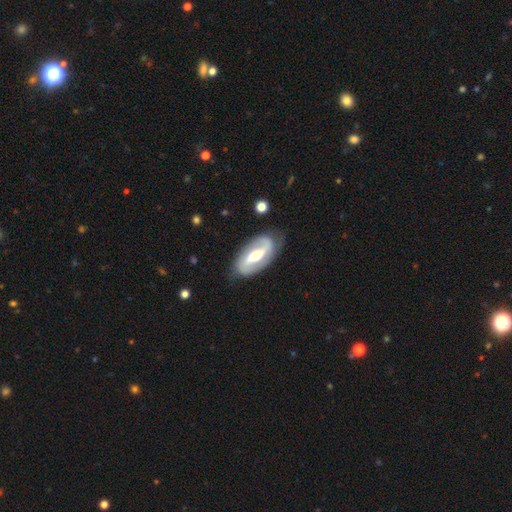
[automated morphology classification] The model was most divided on "spiral winding": medium: 41%, loose: 36%, tight: 23%. More confident: edge-on disk — no (94%); spiral arm count — 2 (89%); spiral arms — yes (88%); smooth or featured — featured or disk (82%); merging — none (80%); bulge size — moderate (69%); bar — strong (55%).